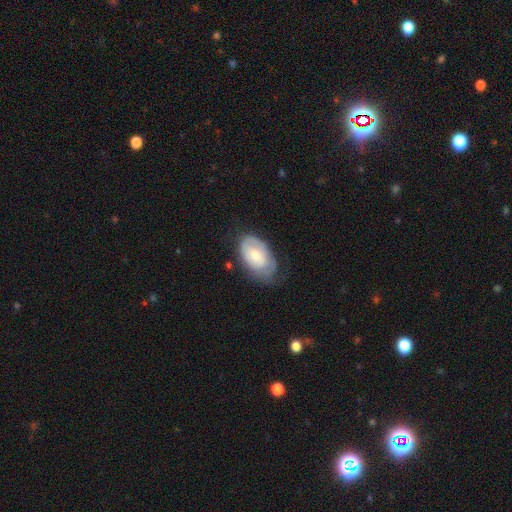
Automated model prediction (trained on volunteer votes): Morphology: type=smooth (52%); roundness=in between (92%); merging=none (52%).